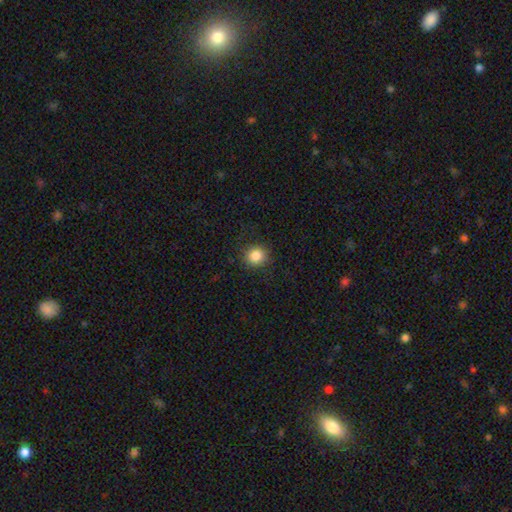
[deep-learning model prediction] Smooth or featured? smooth (85%)
How rounded? round (89%)
Merging? none (89%)